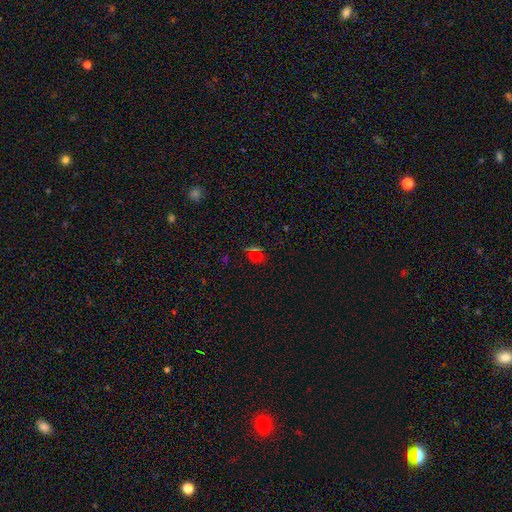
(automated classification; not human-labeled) Smooth or featured? Predicted: smooth (p=0.51). How rounded? Predicted: round (p=0.62). Merging? Predicted: none (p=0.76).